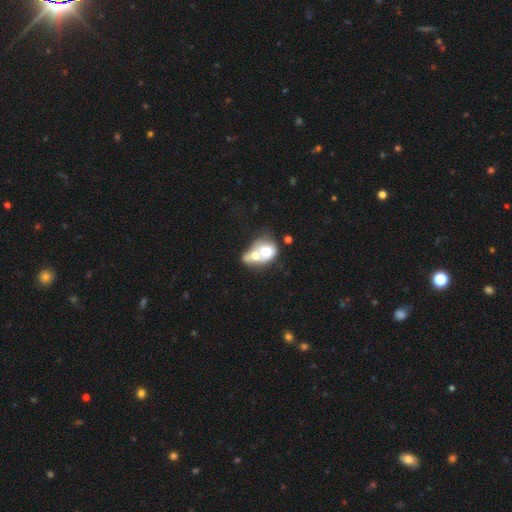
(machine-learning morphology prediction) Overall: smooth (57%; featured or disk 35%). How rounded: in between (55%; round 43%). Merging: merger (75%).